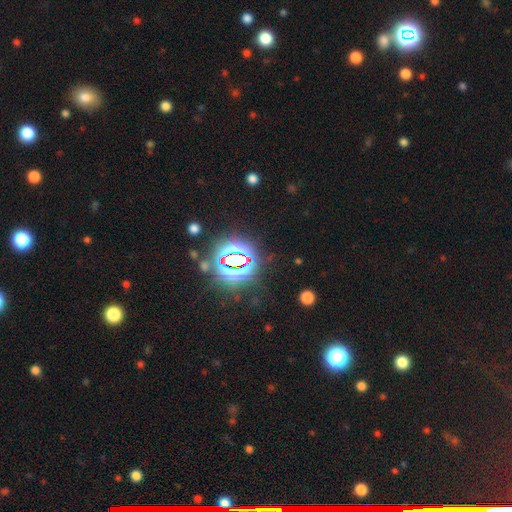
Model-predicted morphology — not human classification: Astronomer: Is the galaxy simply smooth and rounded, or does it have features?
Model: star or artifact — 82%.